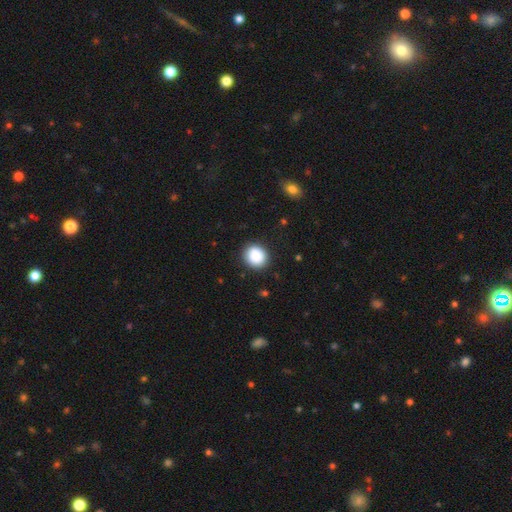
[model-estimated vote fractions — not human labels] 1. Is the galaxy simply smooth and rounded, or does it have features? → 88% smooth, 8% star or artifact, 4% featured or disk.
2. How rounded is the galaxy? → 86% round, 13% in between, 1% cigar-shaped.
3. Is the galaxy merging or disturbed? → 89% none, 8% minor disturbance, 2% major disturbance, 1% merger.